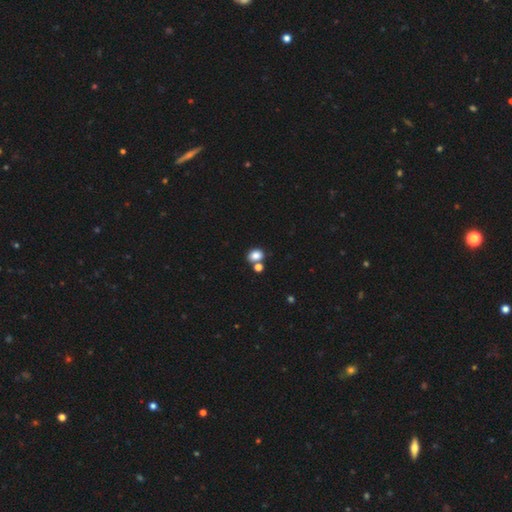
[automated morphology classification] This is clearly a smooth galaxy (83%). How rounded: possibly round (50%). Merging: likely none (62%).